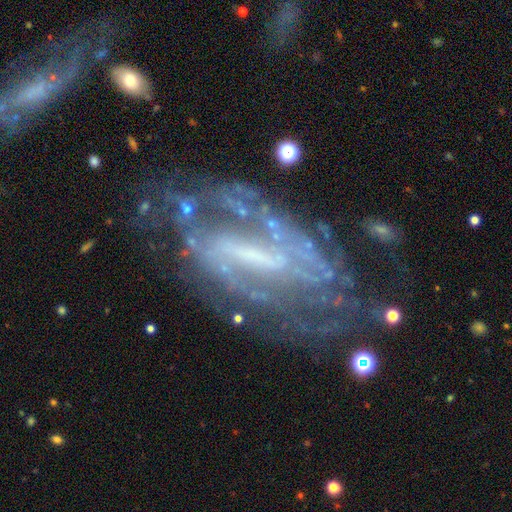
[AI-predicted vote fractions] featured or disk 86%, star or artifact 7%, smooth 6%. Down the decision tree: edge-on disk — no (94%); bar — strong (49%); spiral arms — yes (92%); spiral arm count — can't tell (36%); spiral winding — tight (49%); bulge size — none (39%); merging — none (60%).